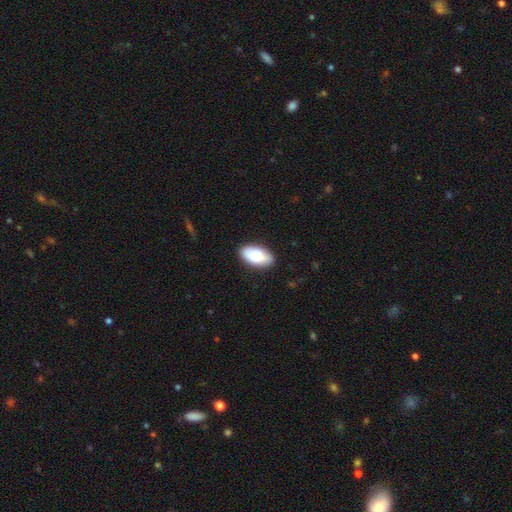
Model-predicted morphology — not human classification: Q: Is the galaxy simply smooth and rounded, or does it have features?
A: smooth — 86%.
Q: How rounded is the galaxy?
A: in between — 94%.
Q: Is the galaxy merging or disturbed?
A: none — 86%.